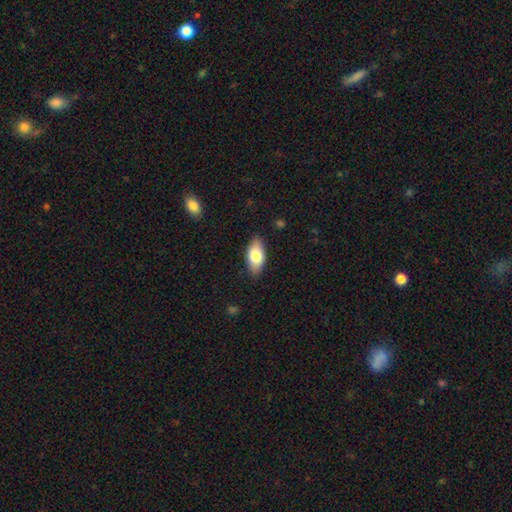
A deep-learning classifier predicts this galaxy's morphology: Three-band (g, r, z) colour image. It shows a smooth galaxy with no disk features (75%) that is in between round and cigar-shaped (89%). Merging: none (86%).